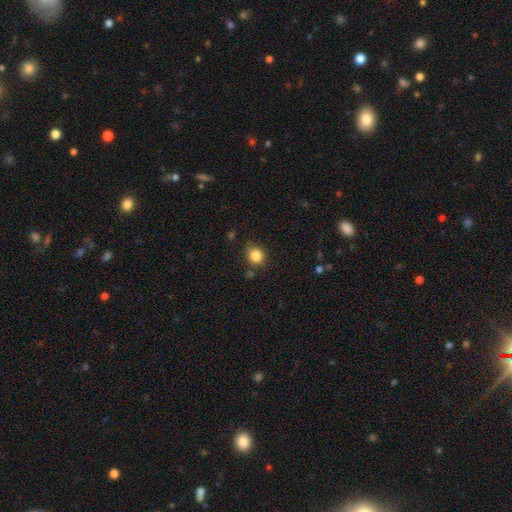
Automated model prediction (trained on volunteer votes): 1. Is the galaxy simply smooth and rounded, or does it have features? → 85% smooth, 11% star or artifact, 5% featured or disk.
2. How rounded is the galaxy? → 73% round, 26% in between, 1% cigar-shaped.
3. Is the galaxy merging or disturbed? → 77% none, 16% minor disturbance, 4% major disturbance, 3% merger.